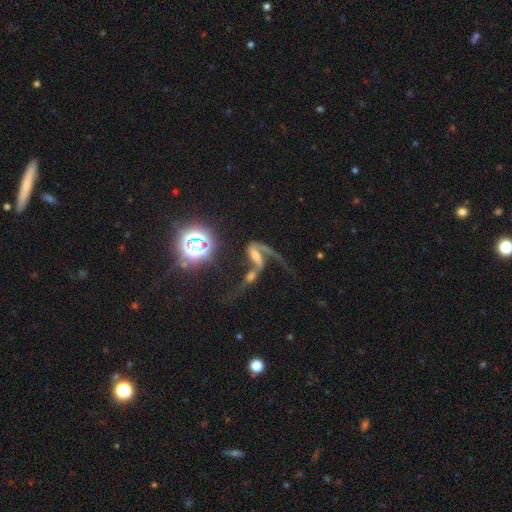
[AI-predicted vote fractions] Smooth or featured?
  - featured or disk: 61% *
  - star or artifact: 20%
  - smooth: 19%
Edge-on disk?
  - no: 93% *
  - yes: 7%
Bar?
  - no: 42% *
  - strong: 31%
  - weak: 28%
Spiral arms?
  - yes: 74% *
  - no: 26%
Bulge size?
  - moderate: 30% *
  - small: 25%
  - none: 25%
  - large: 15%
  - dominant: 5%
Merging?
  - merger: 58% *
  - major disturbance: 21%
  - none: 14%
  - minor disturbance: 6%